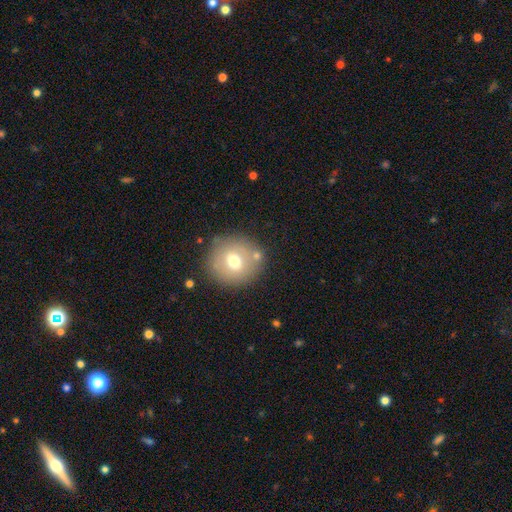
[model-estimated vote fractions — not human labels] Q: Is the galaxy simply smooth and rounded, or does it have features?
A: smooth — 66%.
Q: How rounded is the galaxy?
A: round — 88%.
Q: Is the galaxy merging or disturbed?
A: none — 78%.